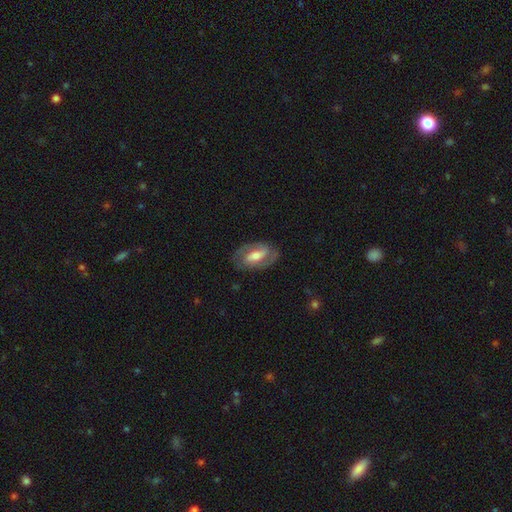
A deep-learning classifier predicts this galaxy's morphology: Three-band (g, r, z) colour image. It shows a featured or disk galaxy (72%) with a strong bar (39%), 2 (83%) medium (44%) spiral arms (81%) and a moderate central bulge (58%). Merging: none (79%).